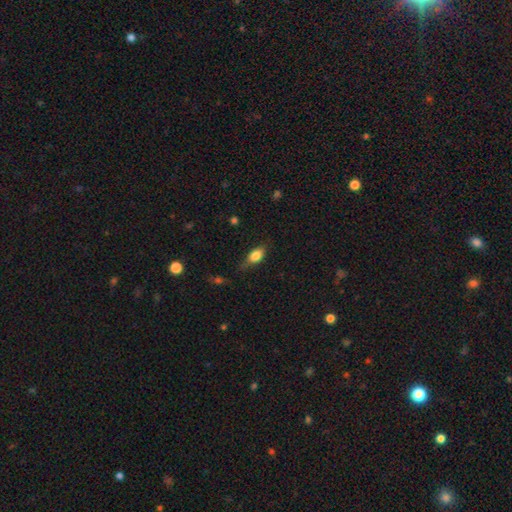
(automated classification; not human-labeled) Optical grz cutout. It shows a smooth galaxy with no disk features (76%) that is in between round and cigar-shaped (81%). Merging: none (66%).